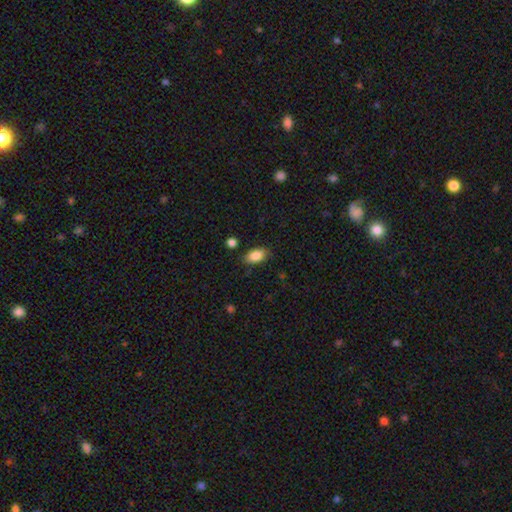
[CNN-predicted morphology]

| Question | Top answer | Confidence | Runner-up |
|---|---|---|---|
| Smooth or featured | smooth | 87% | star or artifact (8%) |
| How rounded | in between | 92% | round (6%) |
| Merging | none | 83% | minor disturbance (12%) |